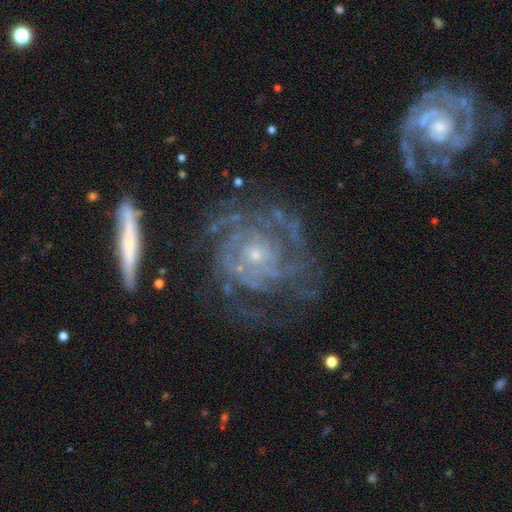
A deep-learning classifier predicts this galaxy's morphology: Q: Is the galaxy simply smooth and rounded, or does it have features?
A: featured or disk — 87%.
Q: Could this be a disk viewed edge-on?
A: no — 96%.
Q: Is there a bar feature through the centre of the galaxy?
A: no — 77%.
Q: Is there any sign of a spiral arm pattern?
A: yes — 94%.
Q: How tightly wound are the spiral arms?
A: tight — 69%.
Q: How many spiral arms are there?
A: can't tell — 32%.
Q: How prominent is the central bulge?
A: small — 74%.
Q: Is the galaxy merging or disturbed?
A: none — 62%.